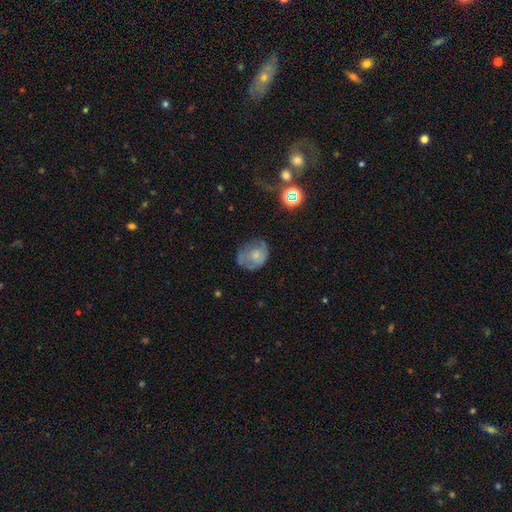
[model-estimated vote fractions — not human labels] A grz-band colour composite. It shows a smooth galaxy with no disk features (49%). Merging: none (48%).